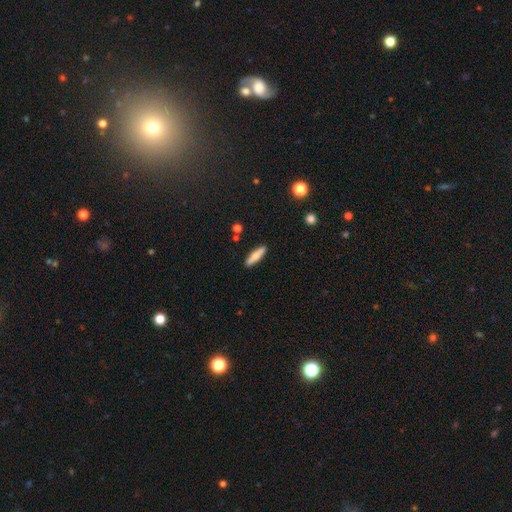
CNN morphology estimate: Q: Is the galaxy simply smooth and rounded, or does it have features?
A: smooth — 72%.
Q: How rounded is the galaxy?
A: cigar-shaped — 72%.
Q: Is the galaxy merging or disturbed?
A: none — 88%.